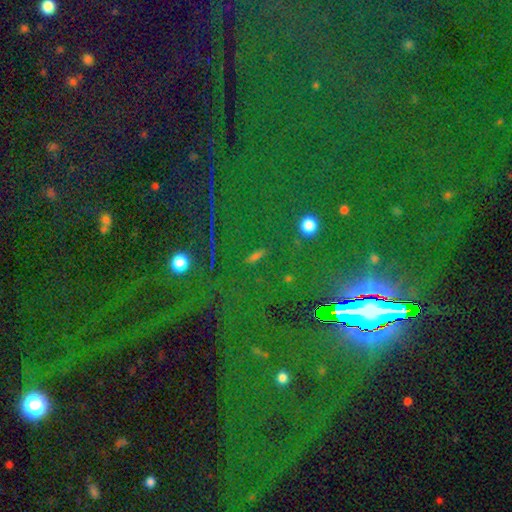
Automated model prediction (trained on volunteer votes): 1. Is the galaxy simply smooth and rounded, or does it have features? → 79% star or artifact, 12% smooth, 9% featured or disk.